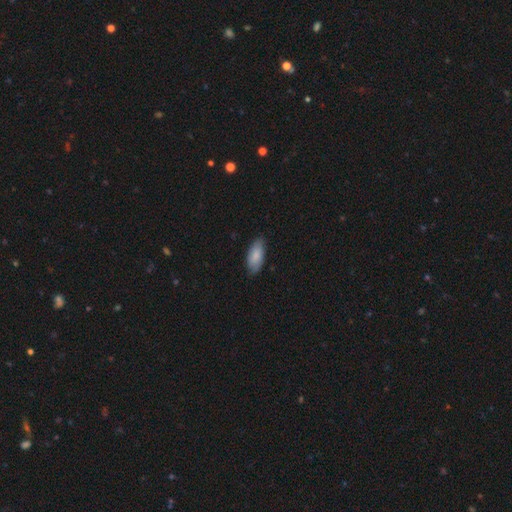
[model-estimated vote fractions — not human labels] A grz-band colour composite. It shows a smooth galaxy with no disk features (83%) that is in between round and cigar-shaped (89%). Merging: none (78%).